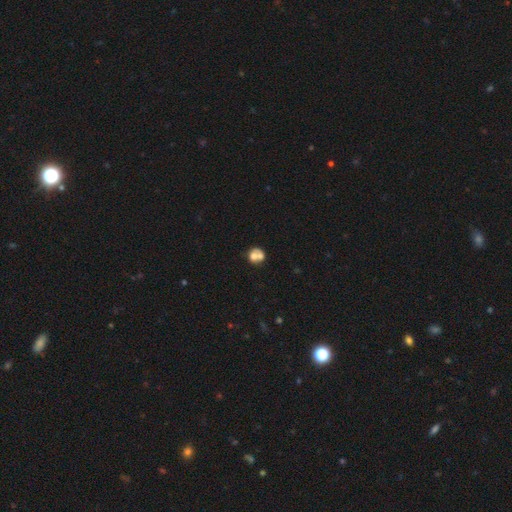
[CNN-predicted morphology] smooth 63%, featured or disk 26%, star or artifact 11%. Down the decision tree: how rounded — round (74%); merging — merger (53%).